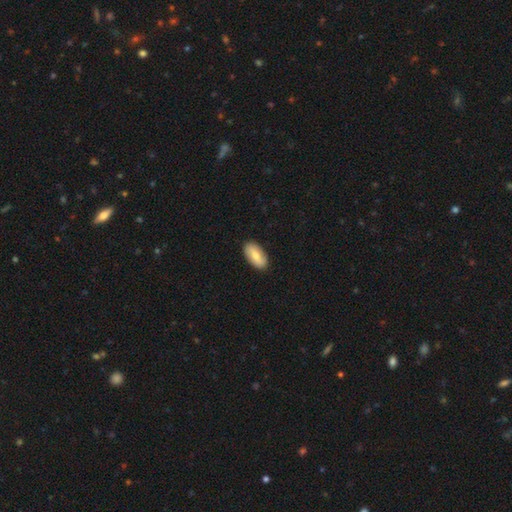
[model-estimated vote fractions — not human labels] The model was most divided on "smooth or featured": smooth: 68%, featured or disk: 27%, star or artifact: 6%. More confident: how rounded — in between (92%); merging — none (88%).